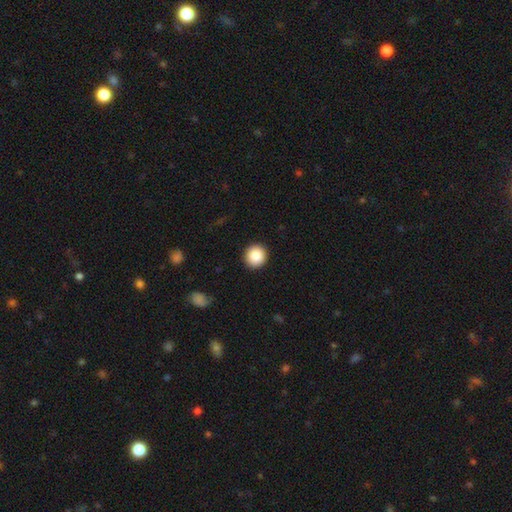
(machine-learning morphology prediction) Q: Smooth or featured?
A: smooth (88%); runner-up: star or artifact (8%)
Q: How rounded?
A: round (92%); runner-up: in between (7%)
Q: Merging?
A: none (92%); runner-up: minor disturbance (6%)